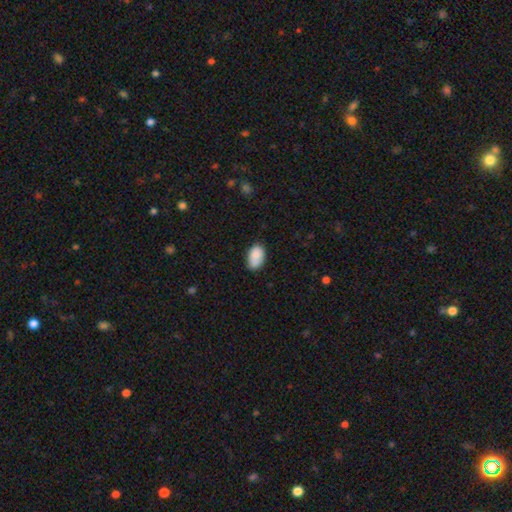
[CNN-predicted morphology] smooth 86%, star or artifact 7%, featured or disk 7%. Down the decision tree: how rounded — in between (90%); merging — none (70%).